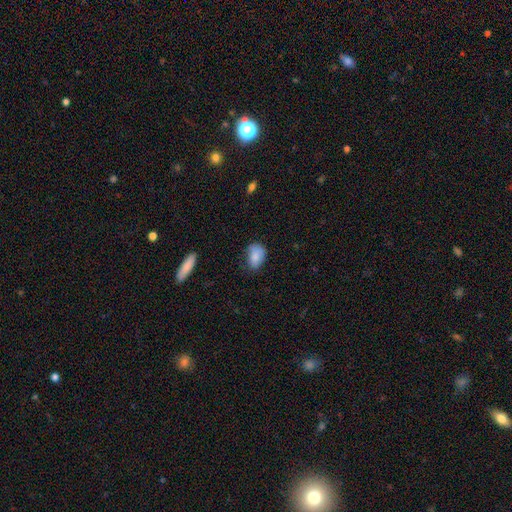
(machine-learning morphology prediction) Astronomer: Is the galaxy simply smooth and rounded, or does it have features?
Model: smooth — 83%.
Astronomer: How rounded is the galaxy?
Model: in between — 82%.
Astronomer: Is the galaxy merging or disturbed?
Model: none — 54% (runner-up: minor disturbance, 34%).